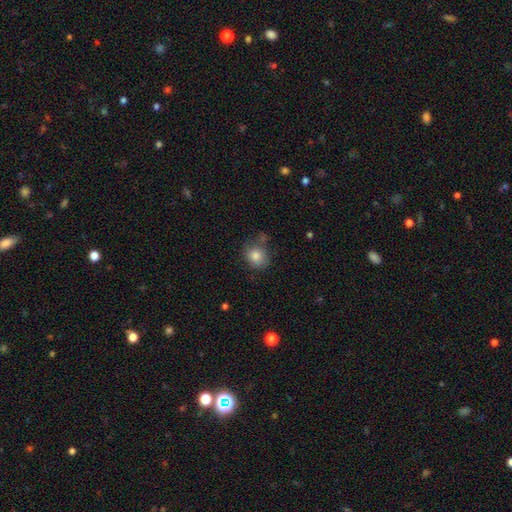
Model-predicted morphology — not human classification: A smooth galaxy with no disk features (82%) that is round (74%). Merging: none (67%).